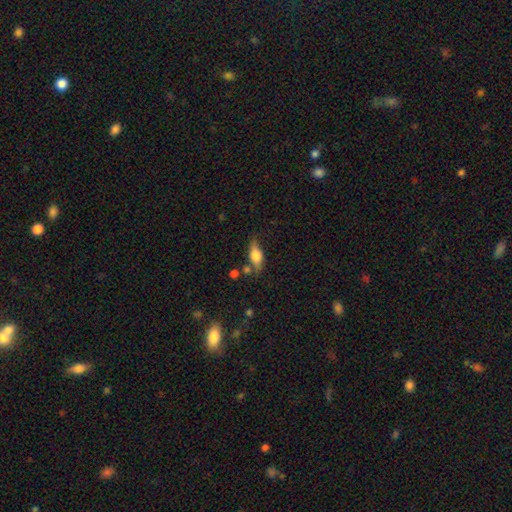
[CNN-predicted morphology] Q: Smooth or featured?
A: smooth (59%); runner-up: featured or disk (33%)
Q: How rounded?
A: in between (73%); runner-up: cigar-shaped (20%)
Q: Merging?
A: none (63%); runner-up: minor disturbance (23%)